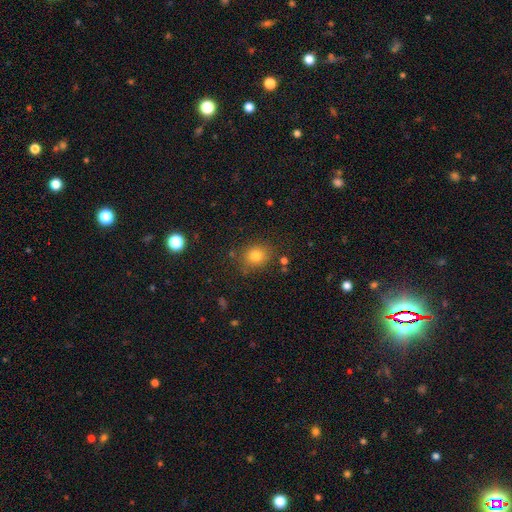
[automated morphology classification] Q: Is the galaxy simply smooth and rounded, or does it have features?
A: smooth — 80%.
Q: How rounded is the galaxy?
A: round — 66%.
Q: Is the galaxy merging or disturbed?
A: none — 80%.